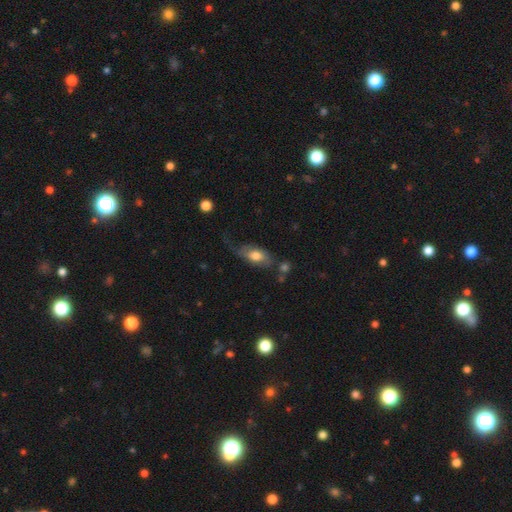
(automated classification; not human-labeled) smooth 64%, featured or disk 29%, star or artifact 7%. Down the decision tree: how rounded — in between (89%); merging — none (39%).